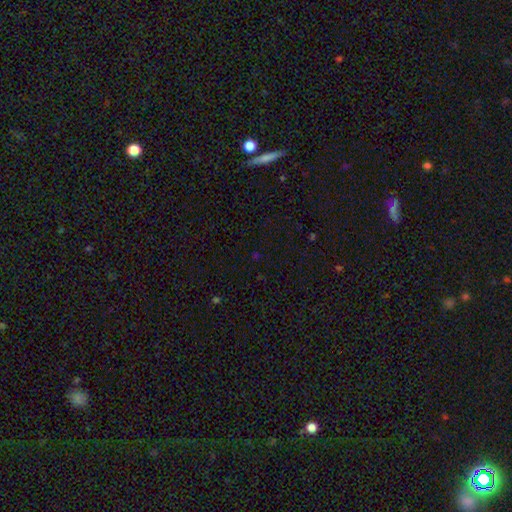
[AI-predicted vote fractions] The model was most divided on "smooth or featured": star or artifact: 63%, smooth: 30%, featured or disk: 7%.